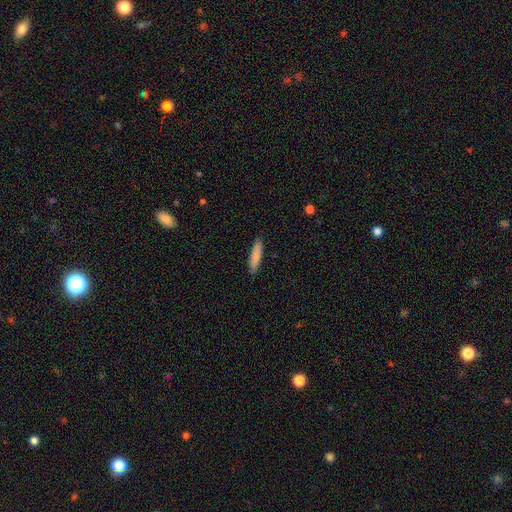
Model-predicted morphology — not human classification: smooth_or_featured: smooth (p=0.85) [alt: featured or disk p=0.09]
how_rounded: cigar-shaped (p=0.82) [alt: in between p=0.17]
merging: none (p=0.89) [alt: minor disturbance p=0.09]